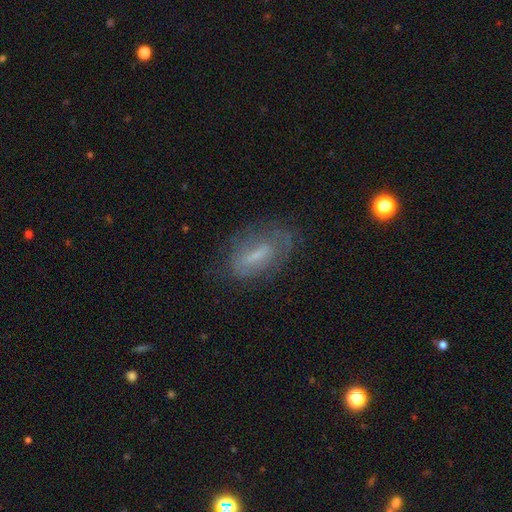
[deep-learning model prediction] A featured or disk galaxy (52%).

Vote fractions:
- Smooth or featured? featured or disk: 52% / smooth: 38% / star or artifact: 9%
- Edge-on disk? no: 85% / yes: 15%
- Merging? none: 64% / minor disturbance: 22% / major disturbance: 12% / merger: 2%